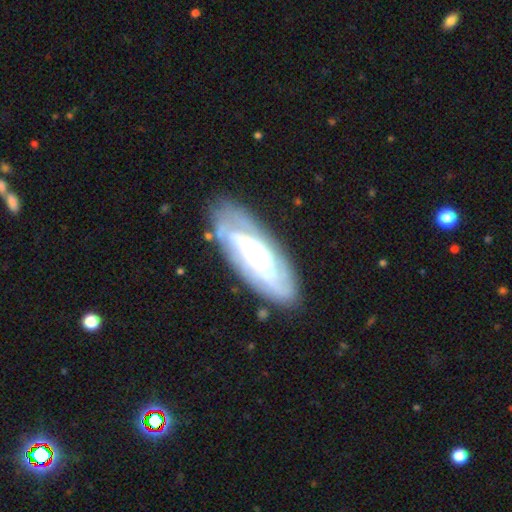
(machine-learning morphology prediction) smooth-or-featured: featured or disk: 73% | smooth: 21% | star or artifact: 6%
  disk-edge-on: no: 86% | yes: 14%
    bar: no: 71% | weak: 21% | strong: 9%
    has-spiral-arms: yes: 82% | no: 18%
      spiral-winding: tight: 68% | medium: 25% | loose: 7%
      spiral-arm-count: can't tell: 57% | 2: 18% | 3: 11% | 4: 7% | more than 4: 4% | 1: 4%
    bulge-size: small: 64% | moderate: 27% | large: 5% | none: 3% | dominant: 1%
  merging: none: 76% | minor disturbance: 16% | major disturbance: 5% | merger: 2%